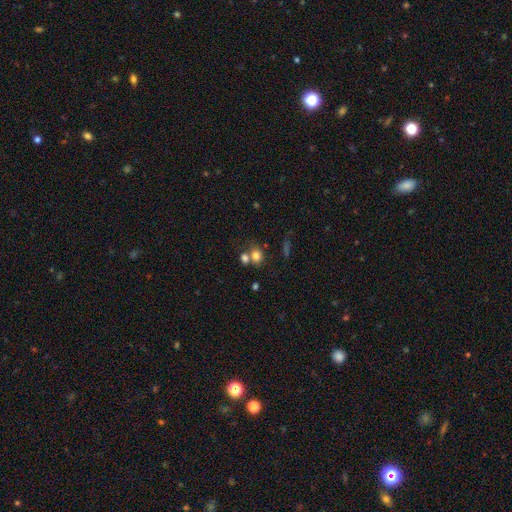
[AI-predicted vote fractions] smooth_or_featured: smooth (p=0.77) [alt: star or artifact p=0.13]
how_rounded: round (p=0.56) [alt: in between p=0.42]
merging: none (p=0.43) [alt: merger p=0.42]